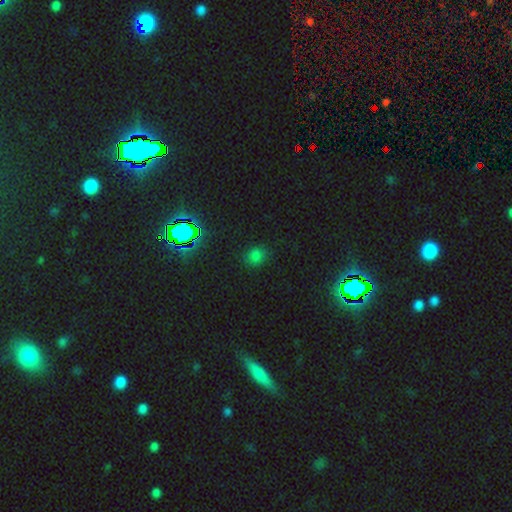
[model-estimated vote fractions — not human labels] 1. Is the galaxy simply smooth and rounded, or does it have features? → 68% smooth, 27% star or artifact, 5% featured or disk.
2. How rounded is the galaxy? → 67% round, 31% in between, 1% cigar-shaped.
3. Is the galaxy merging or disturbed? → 83% none, 12% minor disturbance, 3% major disturbance, 2% merger.